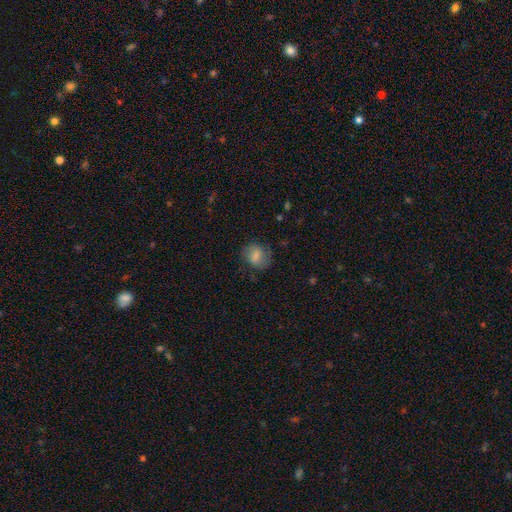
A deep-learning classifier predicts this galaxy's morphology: smooth 71%, featured or disk 21%, star or artifact 8%. Down the decision tree: how rounded — round (56%); merging — none (67%).